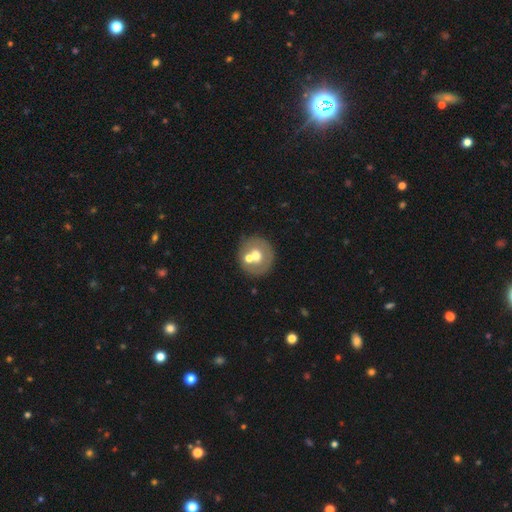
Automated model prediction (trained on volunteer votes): This is possibly a smooth galaxy (54%). How rounded: clearly round (88%). Merging: likely none (60%).